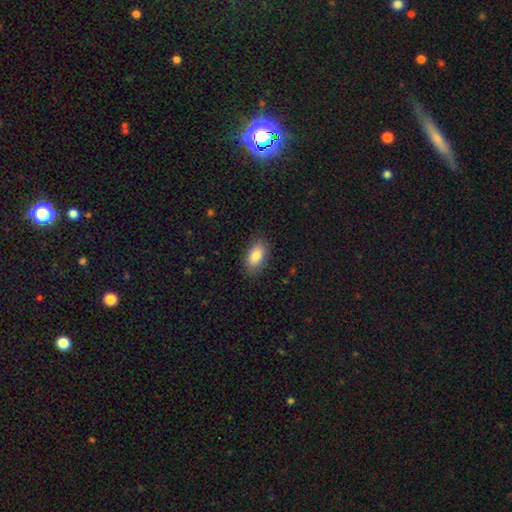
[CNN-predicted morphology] A smooth galaxy with no disk features (85%) that is in between round and cigar-shaped (91%). Merging: none (87%).